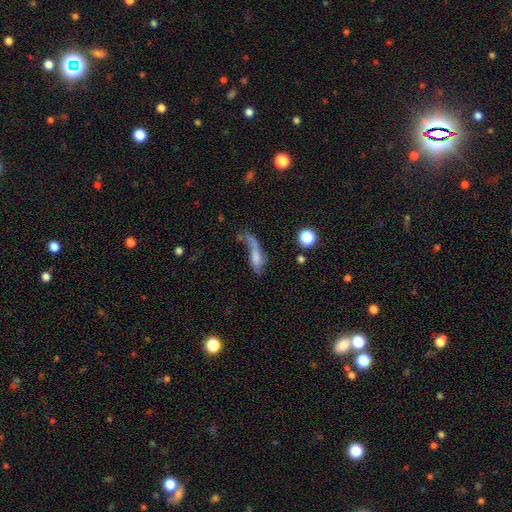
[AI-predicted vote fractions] smooth_or_featured: smooth (p=0.51) [alt: featured or disk p=0.36]
how_rounded: in between (p=0.54) [alt: cigar-shaped p=0.40]
merging: major disturbance (p=0.42) [alt: none p=0.24]